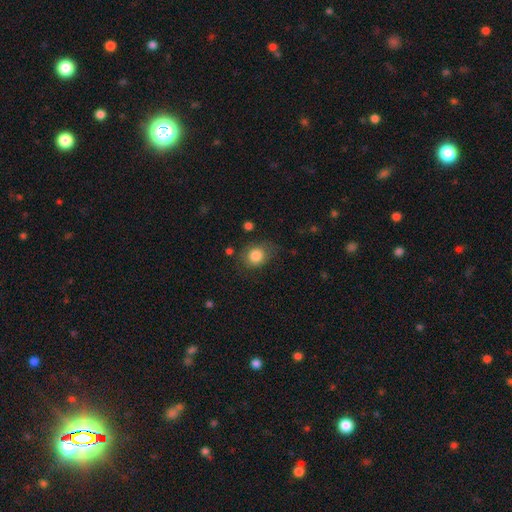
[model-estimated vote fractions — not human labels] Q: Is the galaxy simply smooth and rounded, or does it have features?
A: smooth — 84%.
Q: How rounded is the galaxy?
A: round — 63%.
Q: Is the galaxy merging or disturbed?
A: none — 69%.